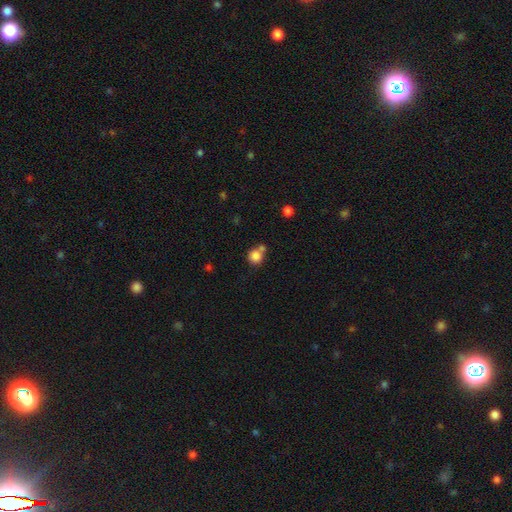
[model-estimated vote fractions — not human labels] A smooth galaxy with no disk features (84%) that is round (88%).

Vote fractions:
- Smooth or featured? smooth: 84% / star or artifact: 10% / featured or disk: 6%
- How rounded? round: 88% / in between: 11% / cigar-shaped: 1%
- Merging? none: 55% / merger: 29% / minor disturbance: 11% / major disturbance: 4%